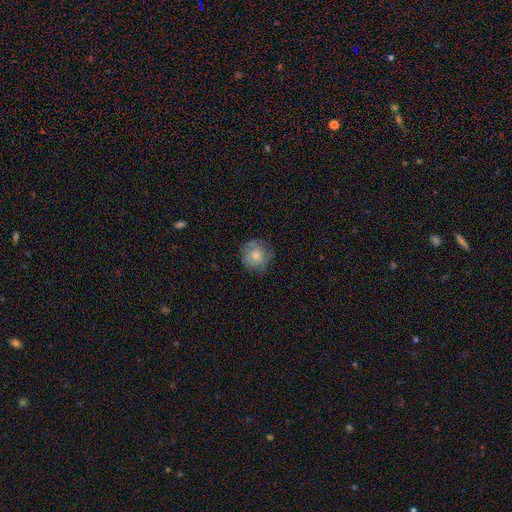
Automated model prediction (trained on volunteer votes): smooth_or_featured: smooth (p=0.70) [alt: featured or disk p=0.22]
how_rounded: round (p=0.89) [alt: in between p=0.10]
merging: none (p=0.72) [alt: minor disturbance p=0.20]